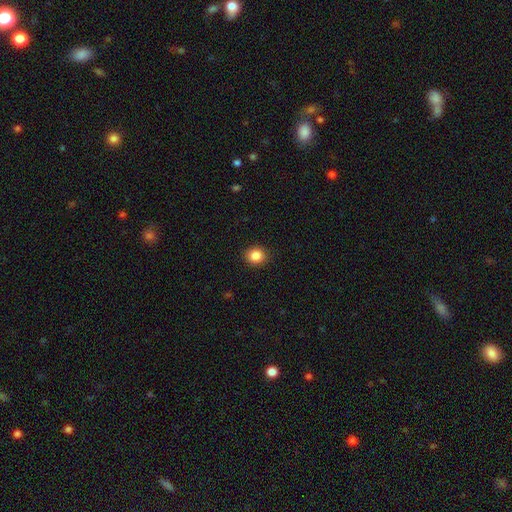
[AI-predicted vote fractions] Q: Smooth or featured?
A: smooth (86%); runner-up: star or artifact (10%)
Q: How rounded?
A: round (75%); runner-up: in between (24%)
Q: Merging?
A: none (90%); runner-up: minor disturbance (7%)